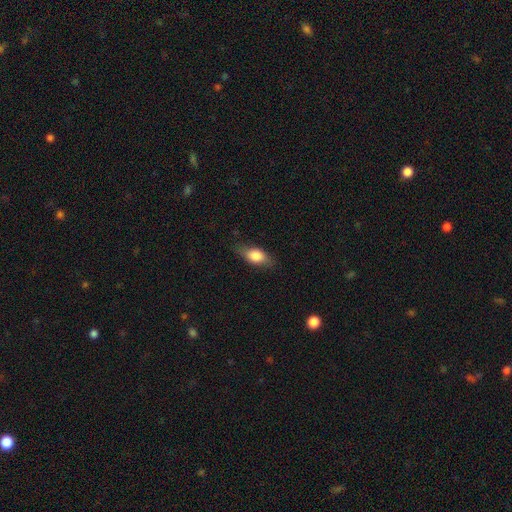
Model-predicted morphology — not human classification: smooth-or-featured: smooth: 75% | featured or disk: 18% | star or artifact: 7%
  how-rounded: in between: 82% | cigar-shaped: 12% | round: 7%
  merging: none: 76% | minor disturbance: 19% | major disturbance: 4% | merger: 1%